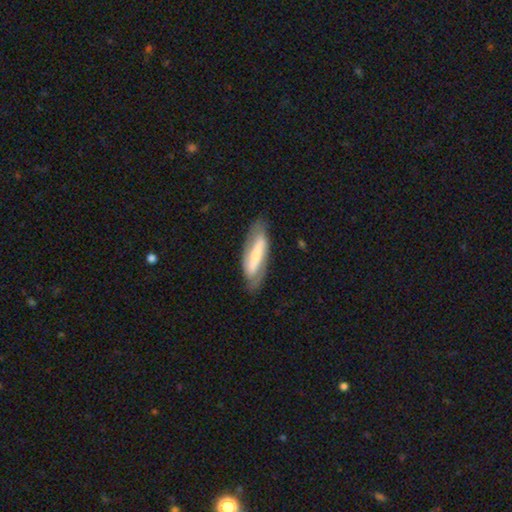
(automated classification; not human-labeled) Smooth or featured?
  - featured or disk: 61% *
  - smooth: 34%
  - star or artifact: 6%
Edge-on disk?
  - no: 78% *
  - yes: 22%
Merging?
  - none: 75% *
  - minor disturbance: 17%
  - major disturbance: 6%
  - merger: 1%